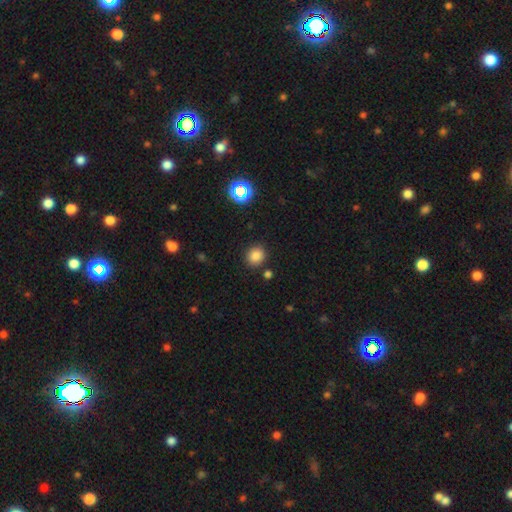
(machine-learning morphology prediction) A smooth galaxy with no disk features (81%) that is round (79%).

Vote fractions:
- Smooth or featured? smooth: 81% / star or artifact: 14% / featured or disk: 5%
- How rounded? round: 79% / in between: 21% / cigar-shaped: 1%
- Merging? none: 86% / minor disturbance: 8% / merger: 4% / major disturbance: 3%